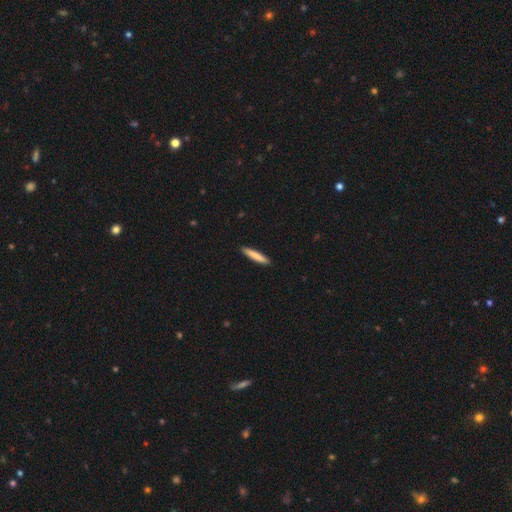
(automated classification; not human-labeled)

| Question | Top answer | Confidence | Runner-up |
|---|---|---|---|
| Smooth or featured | smooth | 82% | featured or disk (13%) |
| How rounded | cigar-shaped | 92% | in between (7%) |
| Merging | none | 91% | minor disturbance (6%) |